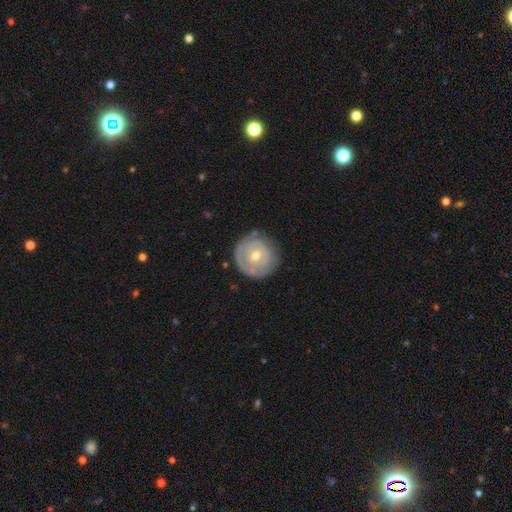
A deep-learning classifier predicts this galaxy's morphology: Overall: featured or disk (61%; smooth 33%). Edge-on disk: no (97%). Bar: no (77%). Spiral arms: yes (55%; no 45%). Bulge size: moderate (53%; small 43%). Merging: none (76%).